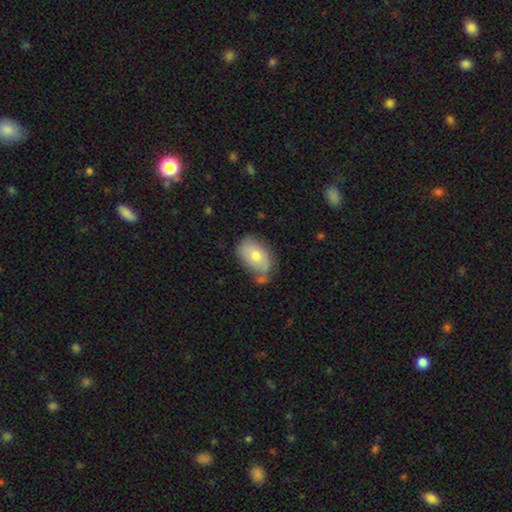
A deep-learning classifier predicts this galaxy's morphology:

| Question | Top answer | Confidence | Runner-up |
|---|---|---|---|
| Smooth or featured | smooth | 73% | featured or disk (21%) |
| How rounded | in between | 90% | round (9%) |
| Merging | none | 60% | minor disturbance (24%) |